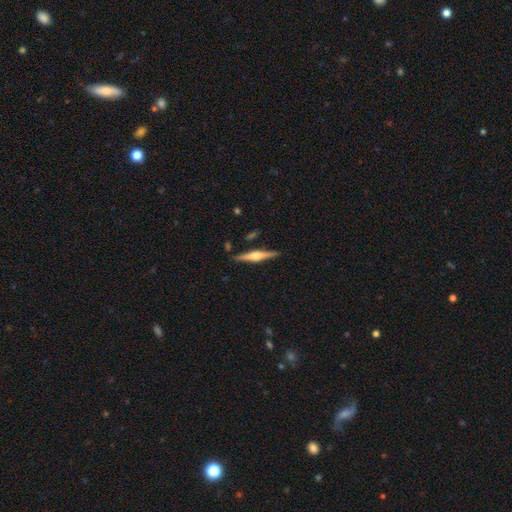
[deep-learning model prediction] Smooth or featured? Predicted: featured or disk (p=0.72). Edge-on disk? Predicted: yes (p=0.98). Edge-on bulge? Predicted: rounded (p=0.86). Merging? Predicted: none (p=0.88).